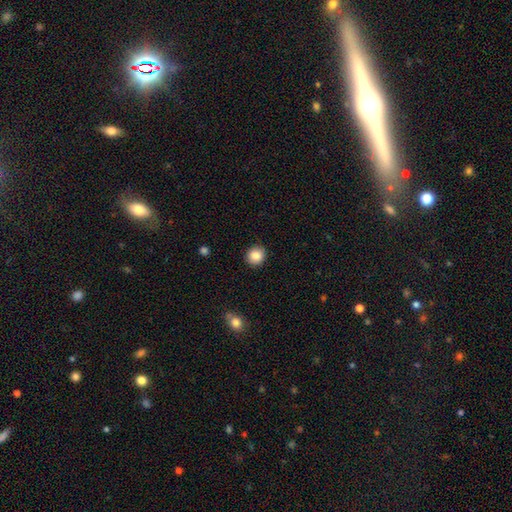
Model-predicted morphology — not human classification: Smooth or featured? smooth (86%)
How rounded? round (86%)
Merging? none (90%)